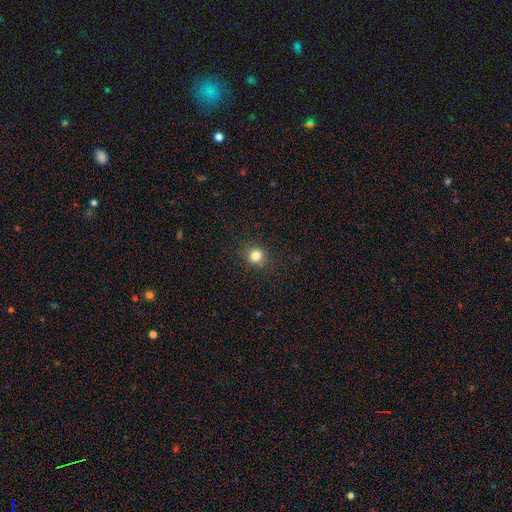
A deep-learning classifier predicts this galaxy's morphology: This is clearly a smooth galaxy (81%). How rounded: clearly round (87%). Merging: clearly none (89%).